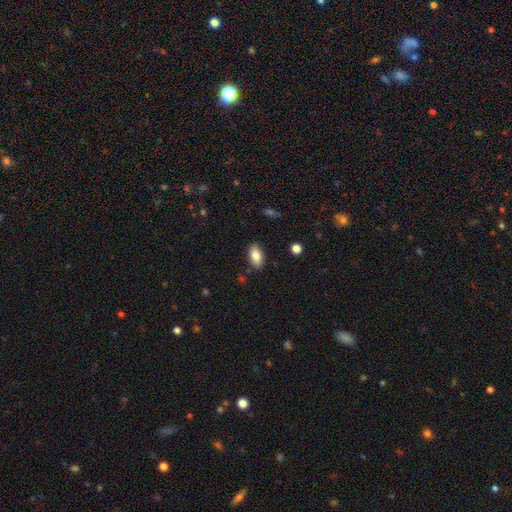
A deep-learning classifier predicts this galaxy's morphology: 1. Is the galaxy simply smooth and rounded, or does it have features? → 83% smooth, 10% featured or disk, 7% star or artifact.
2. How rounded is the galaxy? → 92% in between, 4% round, 4% cigar-shaped.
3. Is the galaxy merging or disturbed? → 86% none, 10% minor disturbance, 2% major disturbance, 2% merger.